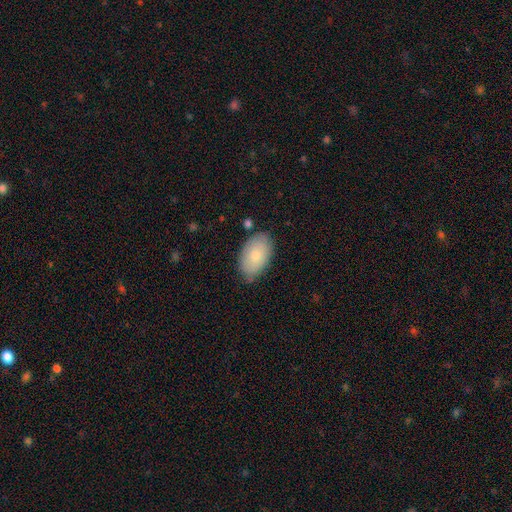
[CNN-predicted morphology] Smooth or featured? Predicted: smooth (p=0.76). How rounded? Predicted: in between (p=0.93). Merging? Predicted: none (p=0.76).